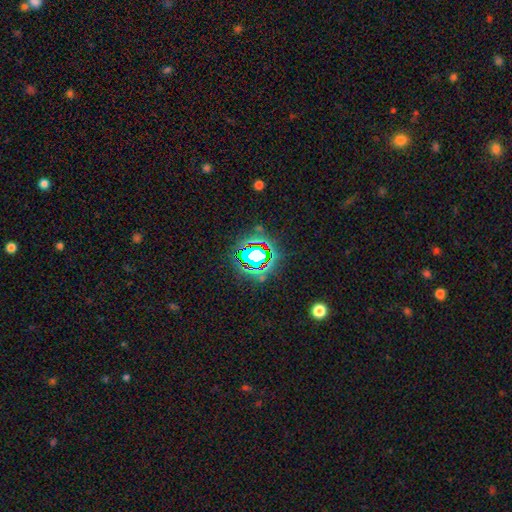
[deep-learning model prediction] smooth-or-featured: star or artifact: 70% | smooth: 17% | featured or disk: 13%